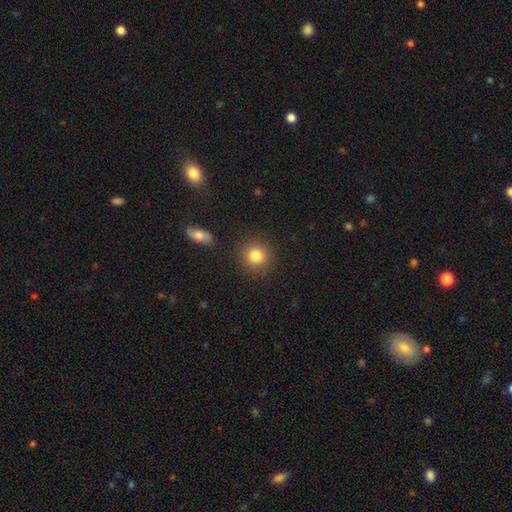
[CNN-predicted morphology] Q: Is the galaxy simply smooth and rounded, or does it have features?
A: smooth — 84%.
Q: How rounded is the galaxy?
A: round — 91%.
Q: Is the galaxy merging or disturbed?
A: none — 88%.